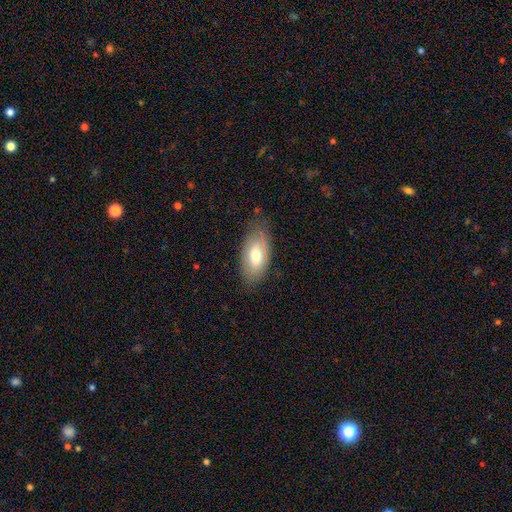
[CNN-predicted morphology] smooth 68%, featured or disk 25%, star or artifact 7%. Down the decision tree: how rounded — in between (91%); merging — none (75%).